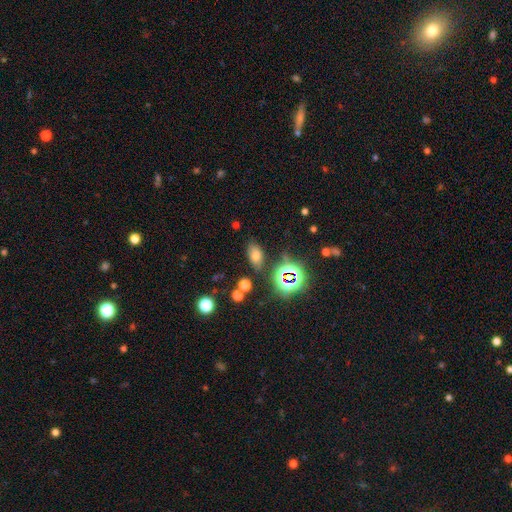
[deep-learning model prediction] Smooth or featured?
  - smooth: 61% *
  - star or artifact: 28%
  - featured or disk: 12%
How rounded?
  - in between: 88% *
  - round: 10%
  - cigar-shaped: 3%
Merging?
  - none: 79% *
  - minor disturbance: 12%
  - major disturbance: 4%
  - merger: 4%